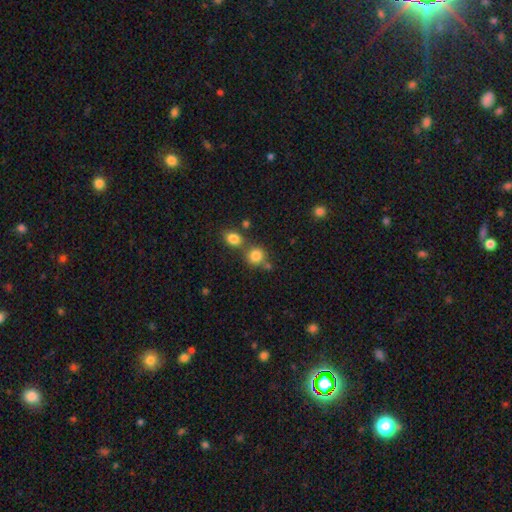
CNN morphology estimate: smooth 82%, star or artifact 11%, featured or disk 6%. Down the decision tree: how rounded — round (85%); merging — none (60%).